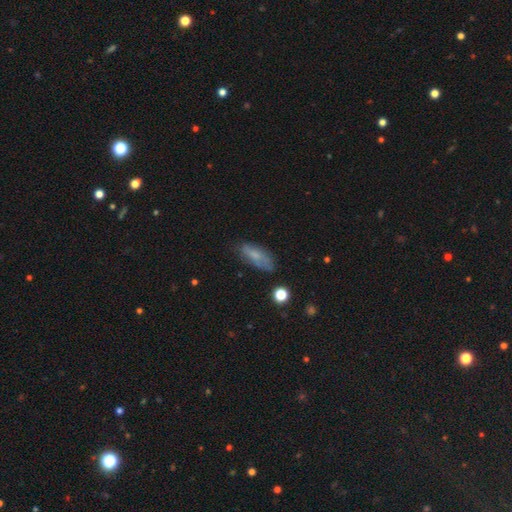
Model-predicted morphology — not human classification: Smooth or featured?
  - smooth: 67% *
  - featured or disk: 24%
  - star or artifact: 10%
How rounded?
  - in between: 74% *
  - cigar-shaped: 22%
  - round: 3%
Merging?
  - none: 65% *
  - minor disturbance: 25%
  - major disturbance: 7%
  - merger: 3%